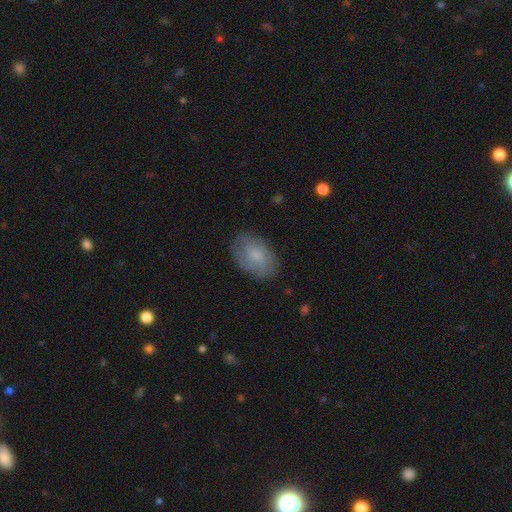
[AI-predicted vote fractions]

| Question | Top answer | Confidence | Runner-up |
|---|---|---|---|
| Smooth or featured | smooth | 67% | featured or disk (25%) |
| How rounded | in between | 88% | round (11%) |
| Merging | none | 76% | minor disturbance (18%) |